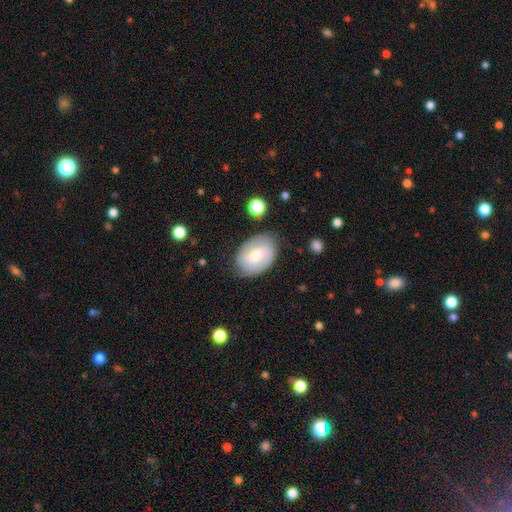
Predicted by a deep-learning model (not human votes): The model was most divided on "bar": weak: 48%, no: 39%, strong: 14%. More confident: edge-on disk — no (96%); spiral arms — yes (79%); merging — none (77%); bulge size — moderate (62%); smooth or featured — featured or disk (55%).